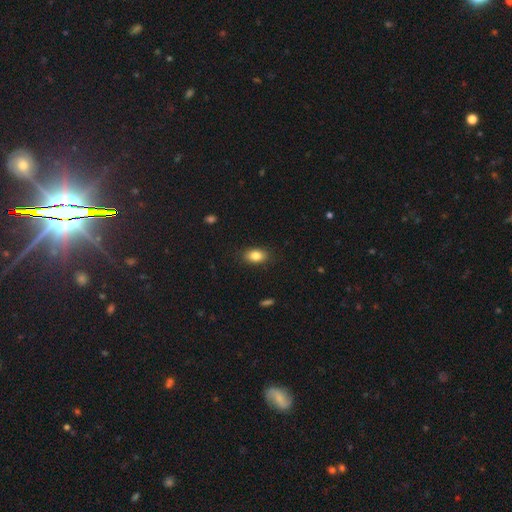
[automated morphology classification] Q: Smooth or featured?
A: smooth (84%); runner-up: star or artifact (8%)
Q: How rounded?
A: in between (86%); runner-up: round (13%)
Q: Merging?
A: none (87%); runner-up: minor disturbance (9%)